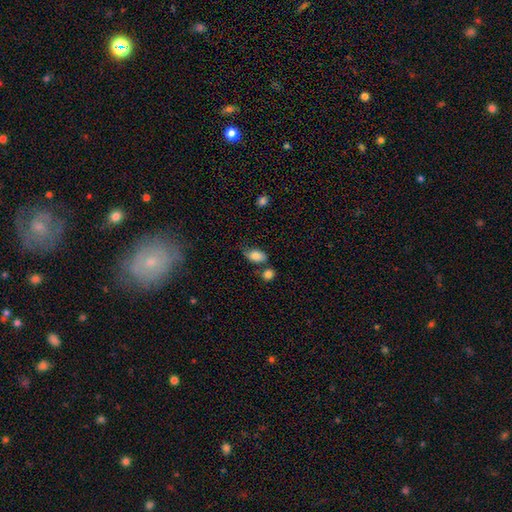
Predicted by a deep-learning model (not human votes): The model was most divided on "merging": none: 49%, minor disturbance: 27%, merger: 15%, major disturbance: 10%. More confident: how rounded — in between (90%); smooth or featured — smooth (80%).